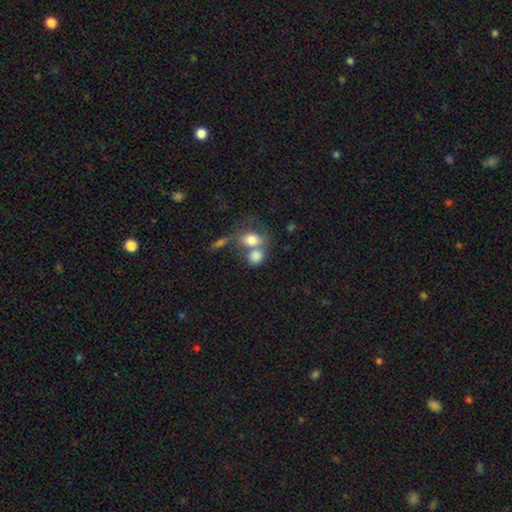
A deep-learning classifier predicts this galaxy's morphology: smooth_or_featured: smooth (p=0.77) [alt: featured or disk p=0.13]
how_rounded: in between (p=0.53) [alt: round p=0.46]
merging: merger (p=0.57) [alt: none p=0.27]